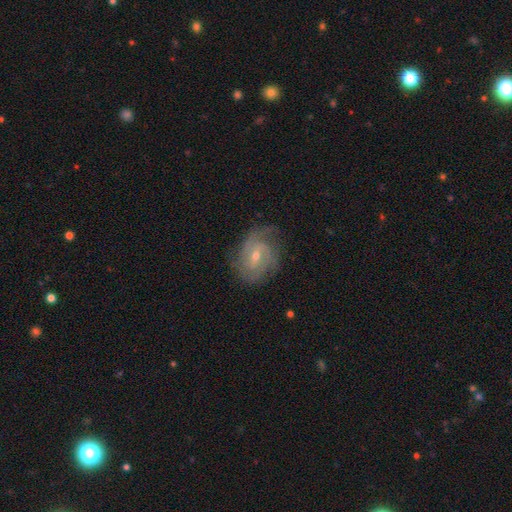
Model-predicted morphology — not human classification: Overall: featured or disk (82%). Edge-on disk: no (97%). Bar: weak (50%; no 38%). Spiral arms: yes (94%). Spiral arm count: 2 (35%; can't tell 26%). Spiral winding: tight (51%; medium 38%). Bulge size: small (54%; moderate 43%). Merging: none (70%).